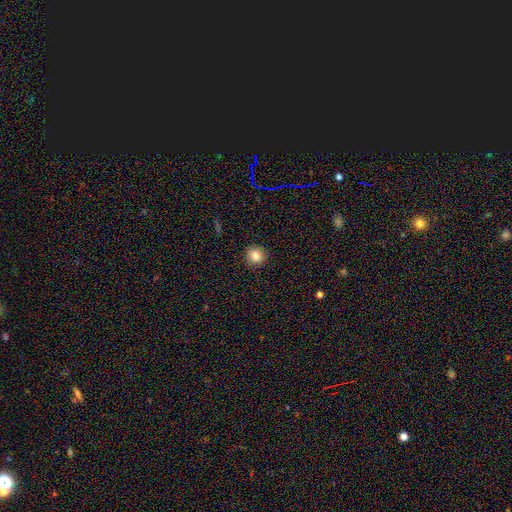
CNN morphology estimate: smooth 82%, star or artifact 11%, featured or disk 7%. Down the decision tree: how rounded — round (92%); merging — none (90%).